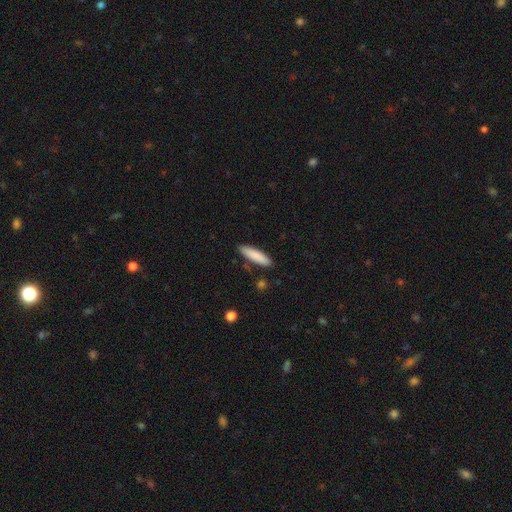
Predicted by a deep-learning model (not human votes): This appears to be a smooth galaxy with no disk features (85%) that is cigar-shaped (74%). Merging: none (86%).